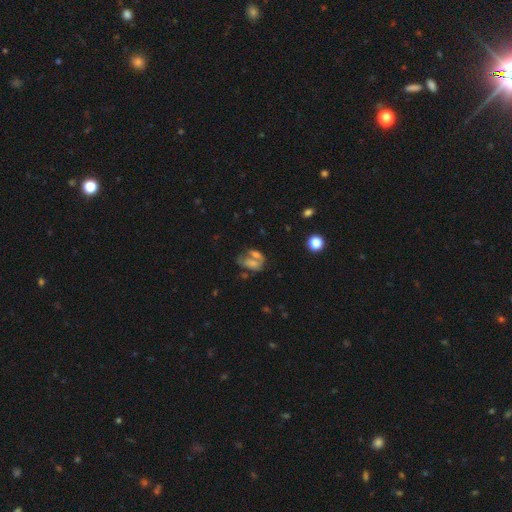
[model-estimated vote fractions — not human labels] Overall: featured or disk (41%, tied with smooth). Merging: merger (43%; none 28%).